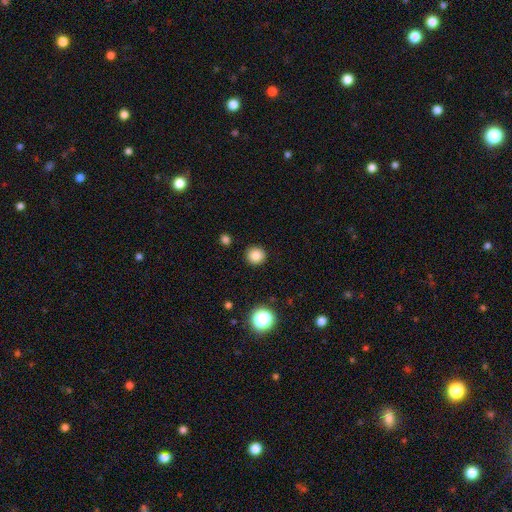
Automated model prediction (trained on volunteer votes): Q: Smooth or featured?
A: smooth (83%); runner-up: star or artifact (12%)
Q: How rounded?
A: round (92%); runner-up: in between (7%)
Q: Merging?
A: none (92%); runner-up: minor disturbance (5%)